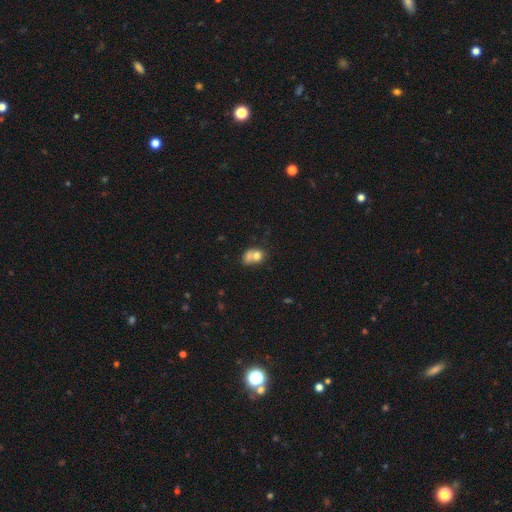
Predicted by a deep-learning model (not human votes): Smooth or featured?
  - smooth: 68% *
  - featured or disk: 21%
  - star or artifact: 11%
How rounded?
  - round: 51% *
  - in between: 48%
  - cigar-shaped: 1%
Merging?
  - merger: 54% *
  - none: 25%
  - minor disturbance: 12%
  - major disturbance: 9%